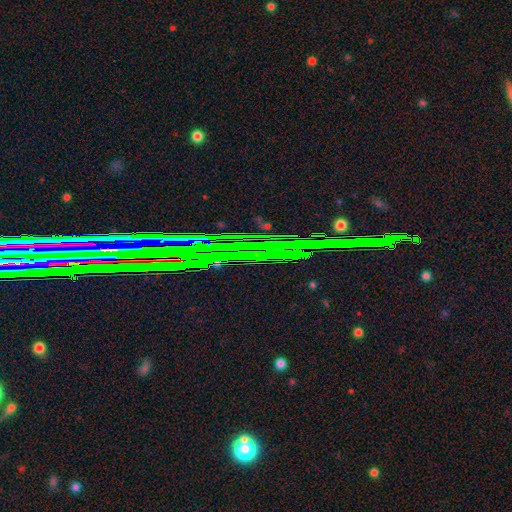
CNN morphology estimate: A star or artifact, not a galaxy (81%).

Vote fractions:
- Smooth or featured? star or artifact: 81% / featured or disk: 11% / smooth: 8%